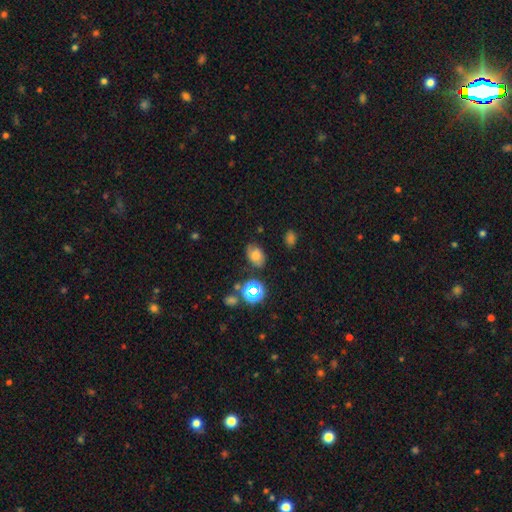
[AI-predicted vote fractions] smooth 66%, star or artifact 18%, featured or disk 16%. Down the decision tree: how rounded — in between (76%); merging — none (69%).